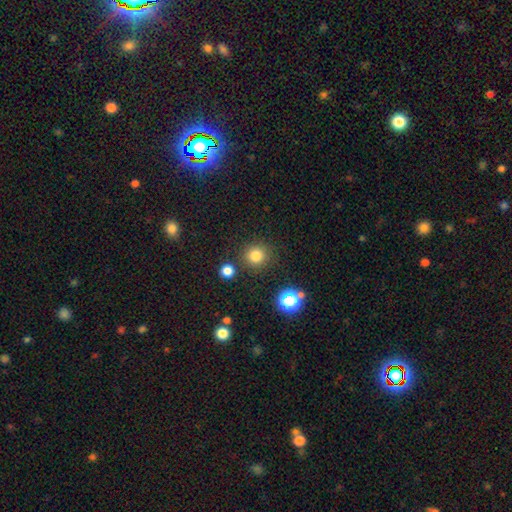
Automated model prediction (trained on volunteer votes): A smooth galaxy with no disk features (79%) that is round (92%). Merging: none (84%).